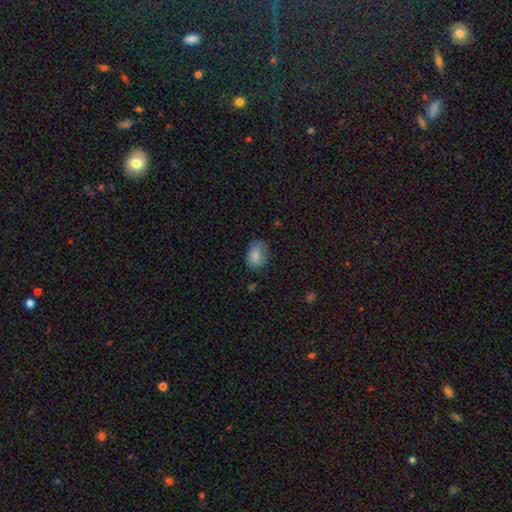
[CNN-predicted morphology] Smooth or featured?
  - smooth: 83% *
  - featured or disk: 8%
  - star or artifact: 8%
How rounded?
  - in between: 80% *
  - round: 18%
  - cigar-shaped: 1%
Merging?
  - none: 70% *
  - minor disturbance: 23%
  - major disturbance: 5%
  - merger: 1%